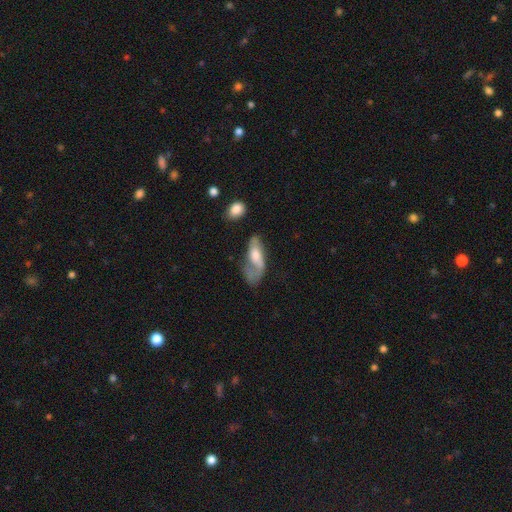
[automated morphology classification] smooth-or-featured: featured or disk: 54% | smooth: 39% | star or artifact: 7%
  disk-edge-on: no: 82% | yes: 18%
  merging: major disturbance: 37% | none: 32% | minor disturbance: 23% | merger: 7%